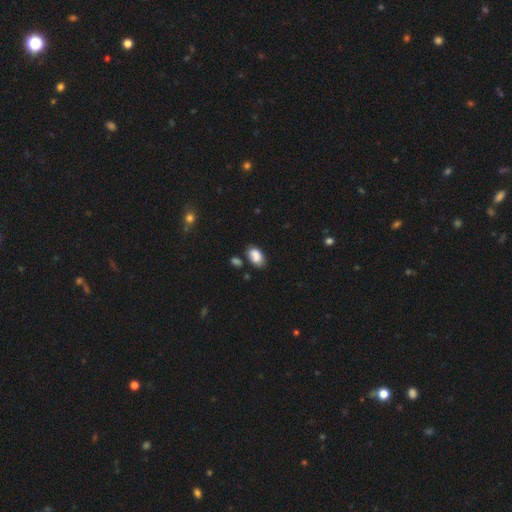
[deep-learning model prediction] Overall: smooth (86%). How rounded: in between (92%). Merging: none (68%).